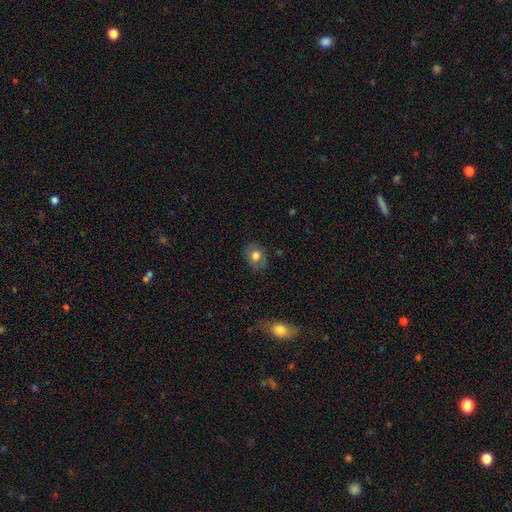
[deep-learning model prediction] smooth_or_featured: smooth (p=0.76) [alt: featured or disk p=0.15]
how_rounded: round (p=0.51) [alt: in between p=0.48]
merging: none (p=0.81) [alt: minor disturbance p=0.14]